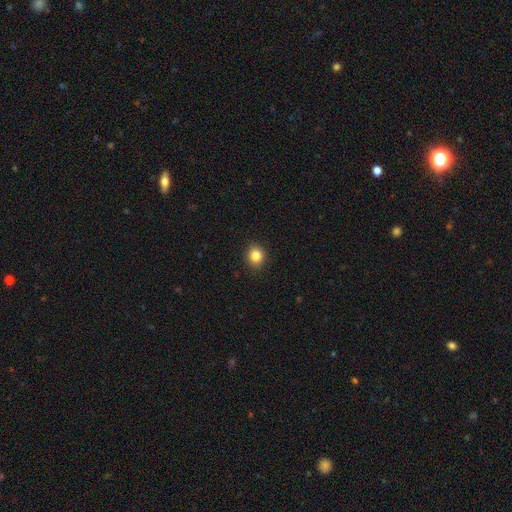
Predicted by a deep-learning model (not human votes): Smooth or featured: smooth — 84% (star or artifact — 11%)
How rounded: round — 76% (in between — 23%)
Merging: none — 91% (minor disturbance — 6%)